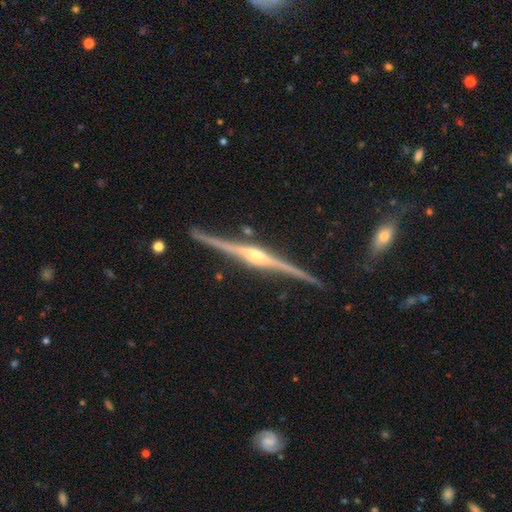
Smooth or featured? featured or disk (90%)
Edge-on disk? yes (100%)
Edge-on bulge? rounded (83%)
Merging? none (87%)